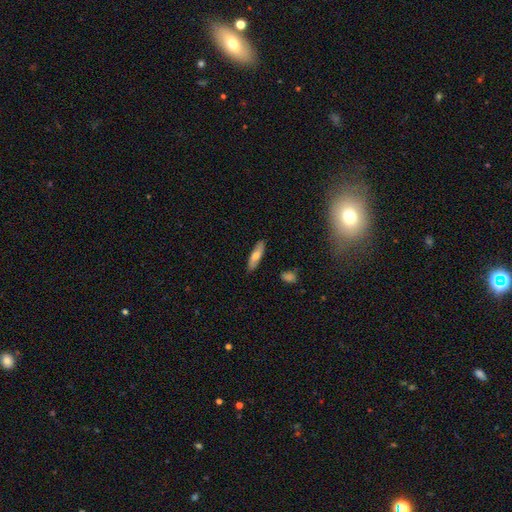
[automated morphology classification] Smooth or featured? smooth (68%)
How rounded? cigar-shaped (59%)
Merging? none (87%)